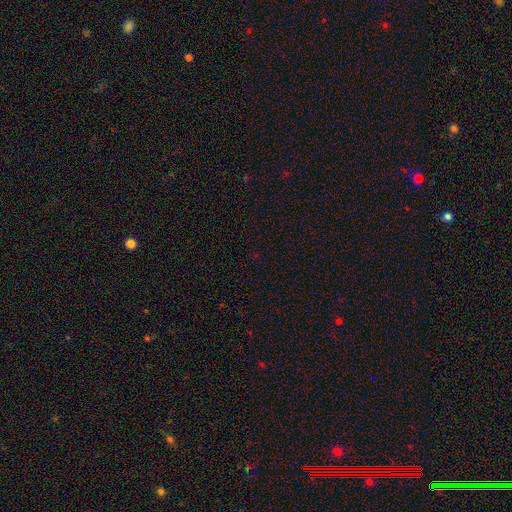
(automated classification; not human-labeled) smooth-or-featured: star or artifact: 71% | smooth: 23% | featured or disk: 7%